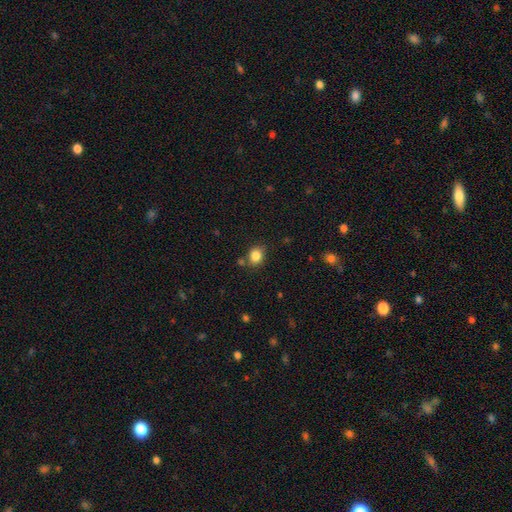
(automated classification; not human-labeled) This is clearly a smooth galaxy (84%). How rounded: possibly round (58%). Merging: likely none (75%).